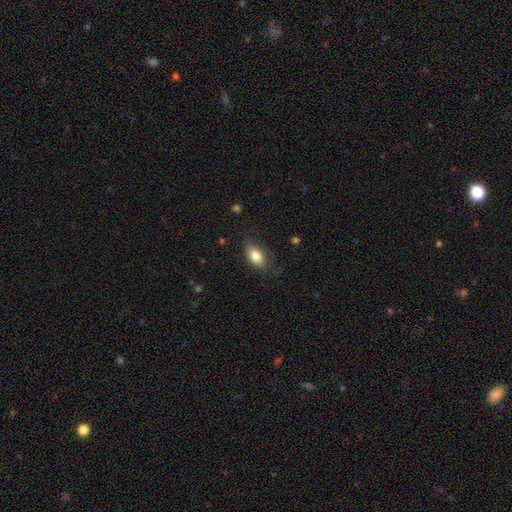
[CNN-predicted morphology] Q: Smooth or featured?
A: smooth (82%); runner-up: featured or disk (11%)
Q: How rounded?
A: in between (89%); runner-up: round (8%)
Q: Merging?
A: none (67%); runner-up: minor disturbance (23%)